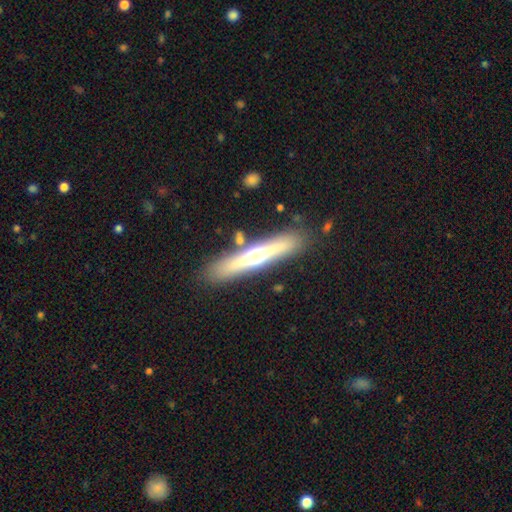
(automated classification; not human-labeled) Smooth or featured? Predicted: featured or disk (p=0.55). Edge-on disk? Predicted: yes (p=0.91). Edge-on bulge? Predicted: rounded (p=0.87). Merging? Predicted: none (p=0.84).